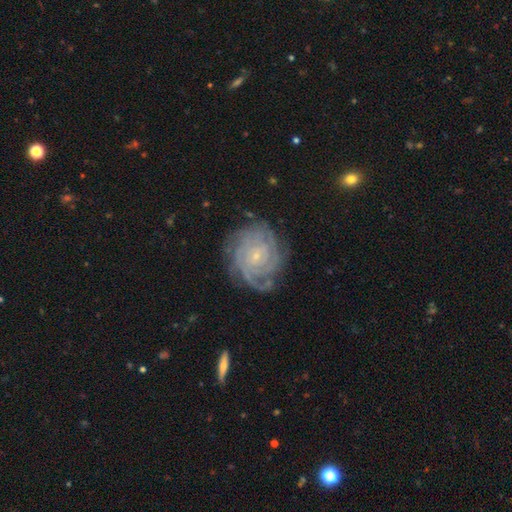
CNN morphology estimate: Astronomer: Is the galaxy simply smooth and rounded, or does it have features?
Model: featured or disk — 87%.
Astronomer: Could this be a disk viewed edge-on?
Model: no — 98%.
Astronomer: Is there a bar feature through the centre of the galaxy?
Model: no — 75%.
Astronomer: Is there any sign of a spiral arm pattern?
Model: yes — 97%.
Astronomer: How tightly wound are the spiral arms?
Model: tight — 81%.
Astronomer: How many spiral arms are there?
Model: can't tell — 25% (runner-up: 4, 24%).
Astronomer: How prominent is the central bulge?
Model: small — 85%.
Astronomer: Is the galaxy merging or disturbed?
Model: none — 74%.